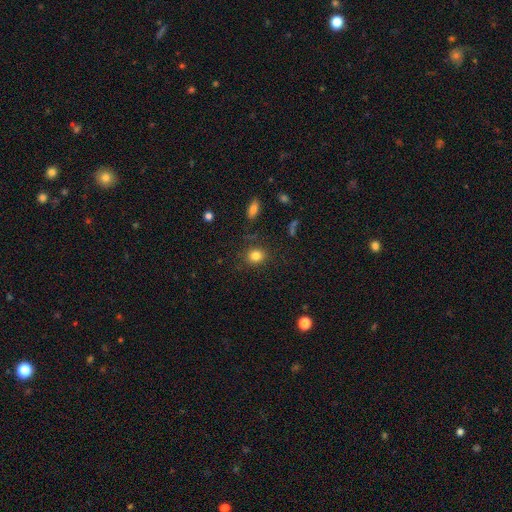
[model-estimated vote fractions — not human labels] Q: Smooth or featured?
A: smooth (82%); runner-up: star or artifact (11%)
Q: How rounded?
A: round (73%); runner-up: in between (26%)
Q: Merging?
A: none (84%); runner-up: minor disturbance (11%)